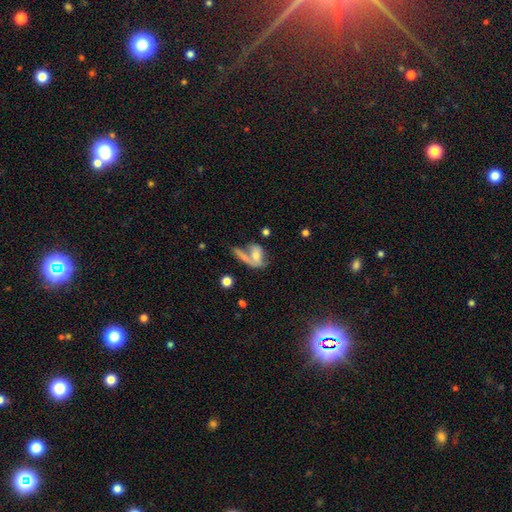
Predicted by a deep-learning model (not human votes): Morphology: type=smooth (56%); roundness=in between (72%); merging=merger (37%).